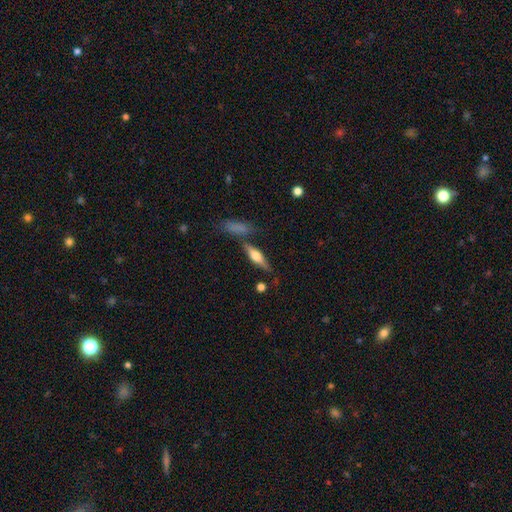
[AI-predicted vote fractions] Smooth or featured? featured or disk (55%)
Edge-on disk? yes (94%)
Edge-on bulge? rounded (90%)
Merging? none (71%)